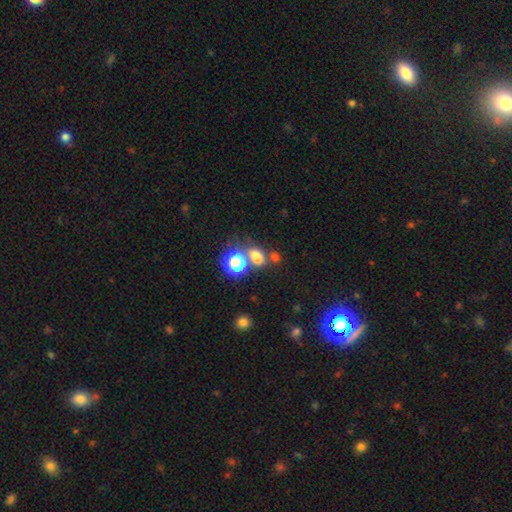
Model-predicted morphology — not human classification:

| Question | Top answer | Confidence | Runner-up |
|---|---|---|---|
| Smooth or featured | smooth | 66% | star or artifact (25%) |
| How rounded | in between | 55% | round (43%) |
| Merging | none | 49% | merger (33%) |